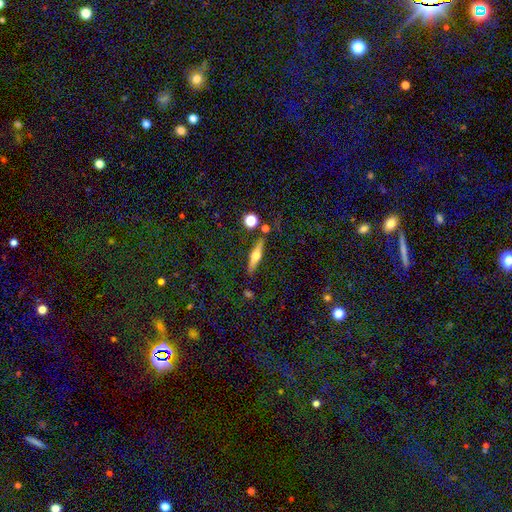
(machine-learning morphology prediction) type=featured or disk (61%); edge-on=yes (94%); edge-on bulge=rounded (93%); merging=none (81%).